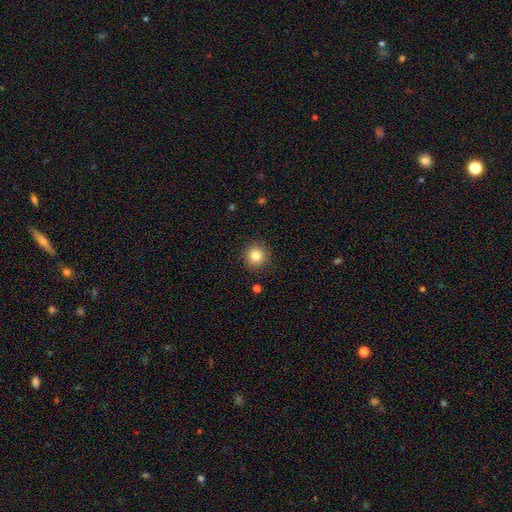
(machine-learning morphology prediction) smooth 83%, star or artifact 11%, featured or disk 6%. Down the decision tree: how rounded — round (94%); merging — none (91%).